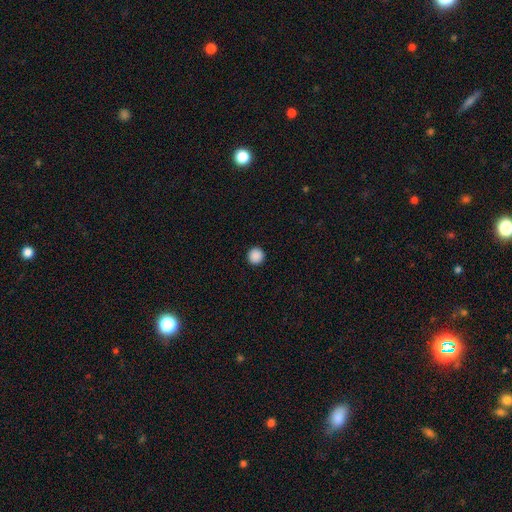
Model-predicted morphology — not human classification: This appears to be a smooth galaxy with no disk features (89%) that is round (96%). Merging: none (94%).